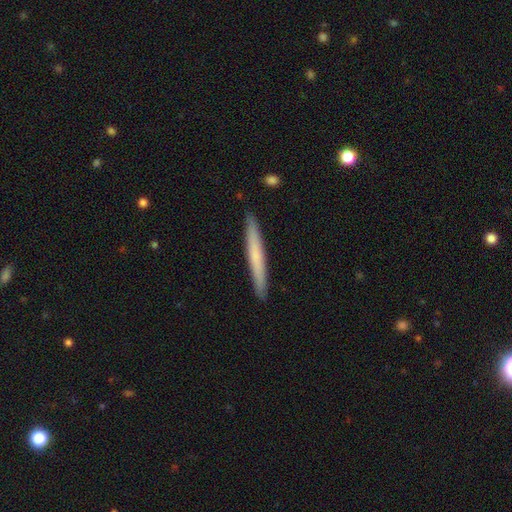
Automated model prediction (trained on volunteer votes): This is likely a smooth galaxy (61%). How rounded: clearly cigar-shaped (97%). Merging: clearly none (92%).